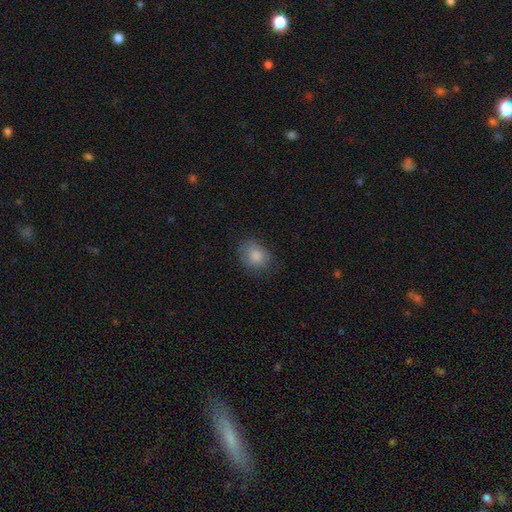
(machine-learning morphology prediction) type=smooth (84%); roundness=in between (50%); merging=none (70%).